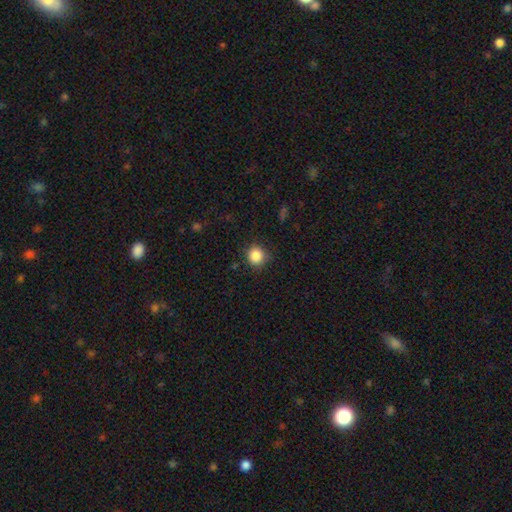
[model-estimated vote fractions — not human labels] smooth-or-featured: smooth: 86% | star or artifact: 11% | featured or disk: 3%
  how-rounded: round: 92% | in between: 7% | cigar-shaped: 1%
  merging: none: 85% | minor disturbance: 11% | major disturbance: 3% | merger: 1%